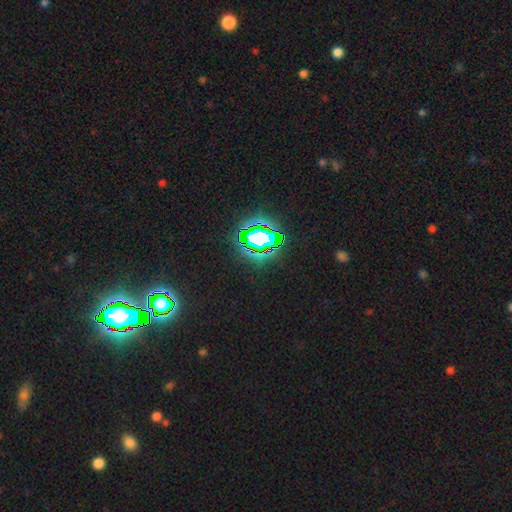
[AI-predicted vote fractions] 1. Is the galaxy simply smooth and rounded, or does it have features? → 80% star or artifact, 13% smooth, 7% featured or disk.